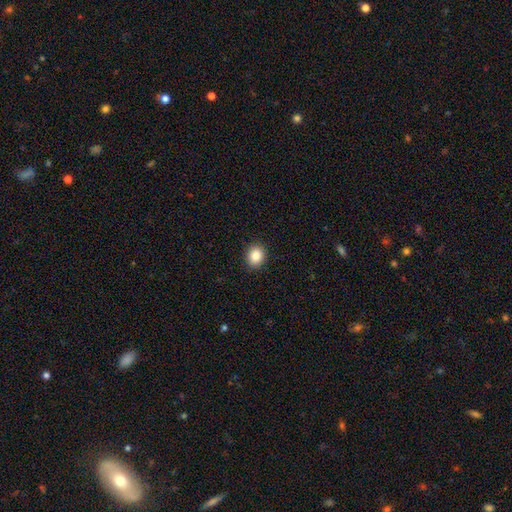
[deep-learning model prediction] Smooth or featured: smooth — 86% (star or artifact — 9%)
How rounded: round — 65% (in between — 34%)
Merging: none — 91% (minor disturbance — 6%)